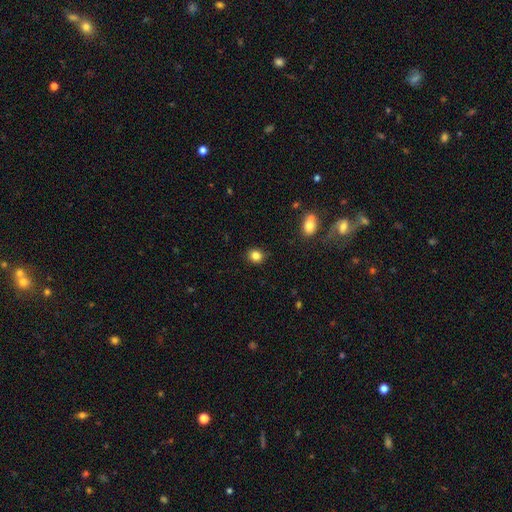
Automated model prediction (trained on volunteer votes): Morphology: type=smooth (84%); roundness=round (78%); merging=none (89%).